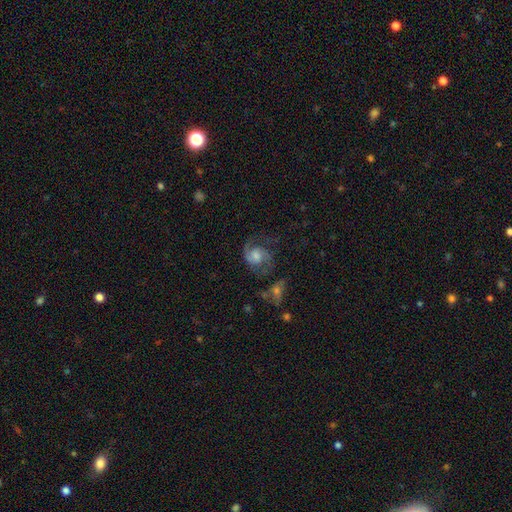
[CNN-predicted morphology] This is likely a featured or disk galaxy (79%). It is clearly not viewed edge-on (98%). Bar: possibly no (56%). Spiral arm pattern: clearly yes (95%). Spiral arm count: clearly 2 (82%). Spiral winding: possibly medium (53%). Central bulge: possibly moderate (48%). Merging: likely none (61%).